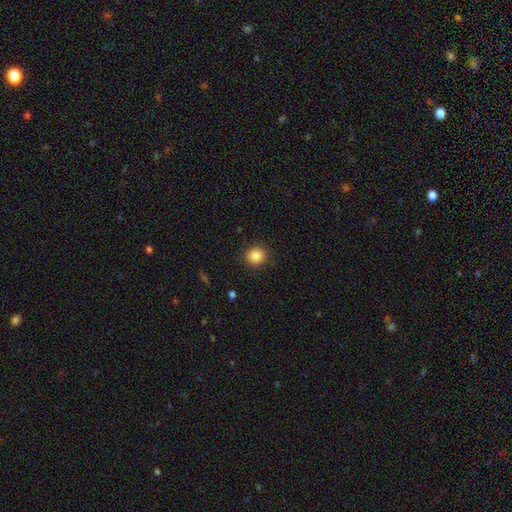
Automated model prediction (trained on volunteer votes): This is clearly a smooth galaxy (85%). How rounded: clearly round (92%). Merging: clearly none (91%).